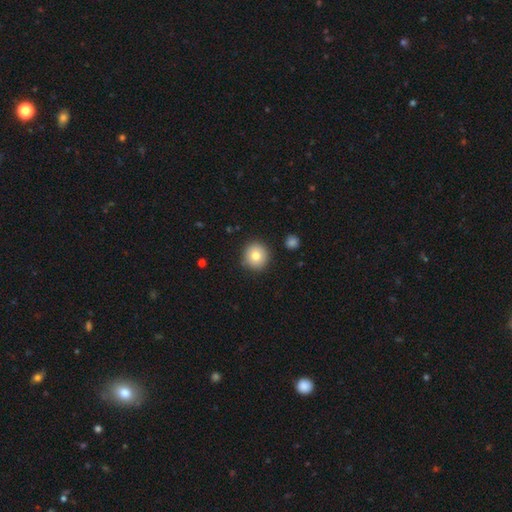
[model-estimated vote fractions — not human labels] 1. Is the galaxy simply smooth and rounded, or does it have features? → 79% smooth, 12% featured or disk, 10% star or artifact.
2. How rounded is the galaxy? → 93% round, 6% in between, 1% cigar-shaped.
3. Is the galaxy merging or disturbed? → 88% none, 8% minor disturbance, 2% major disturbance, 2% merger.